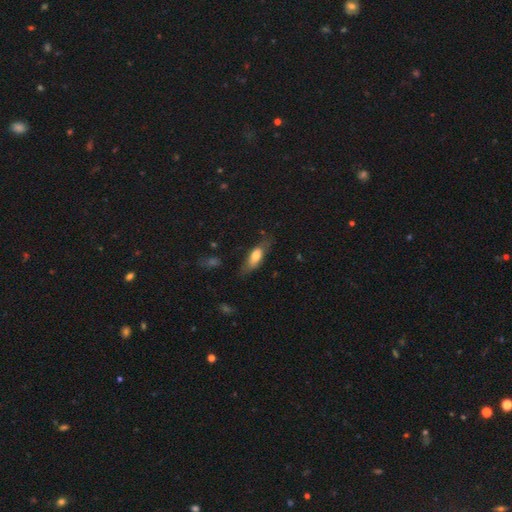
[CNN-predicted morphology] This appears to be a smooth galaxy with no disk features (66%) that is in between round and cigar-shaped (60%). Merging: none (66%).